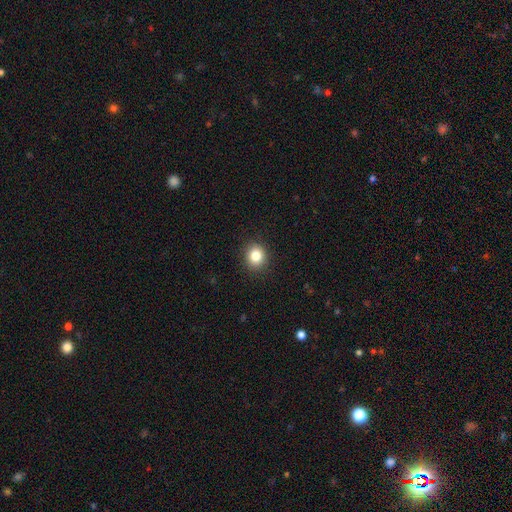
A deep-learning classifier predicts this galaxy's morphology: Smooth or featured?
  - smooth: 83% *
  - star or artifact: 11%
  - featured or disk: 6%
How rounded?
  - round: 79% *
  - in between: 20%
  - cigar-shaped: 1%
Merging?
  - none: 90% *
  - minor disturbance: 7%
  - major disturbance: 2%
  - merger: 1%